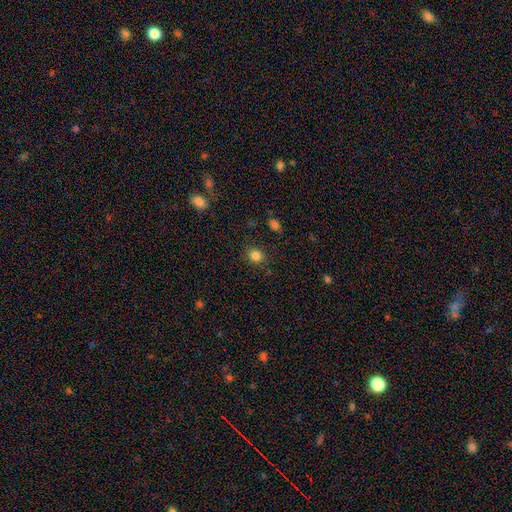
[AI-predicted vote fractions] This is clearly a smooth galaxy (83%). How rounded: likely round (77%). Merging: clearly none (85%).